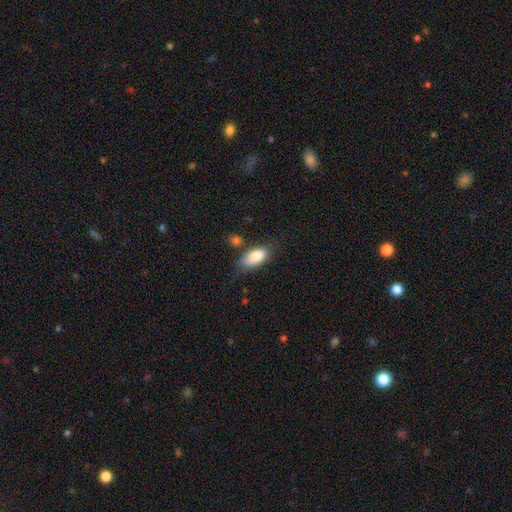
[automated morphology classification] The model was most divided on "merging": none: 58%, minor disturbance: 26%, major disturbance: 8%, merger: 8%. More confident: how rounded — in between (89%); smooth or featured — smooth (82%).